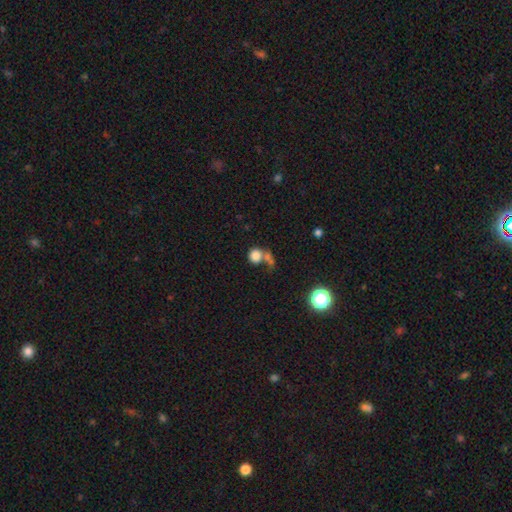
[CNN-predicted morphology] smooth 80%, star or artifact 11%, featured or disk 10%. Down the decision tree: how rounded — round (80%); merging — merger (41%).